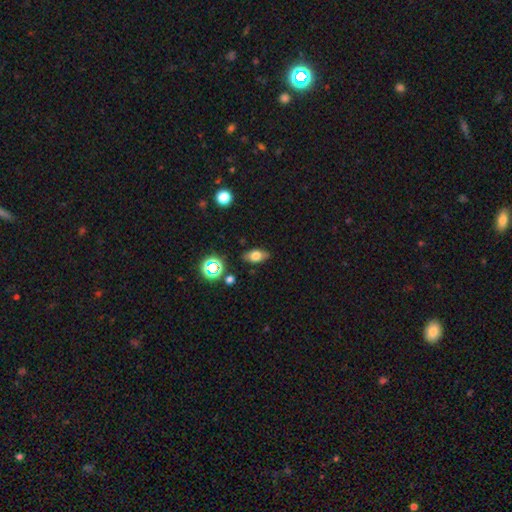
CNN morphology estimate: Smooth or featured?
  - smooth: 68% *
  - featured or disk: 18%
  - star or artifact: 14%
How rounded?
  - in between: 85% *
  - round: 10%
  - cigar-shaped: 5%
Merging?
  - none: 84% *
  - minor disturbance: 11%
  - major disturbance: 3%
  - merger: 2%